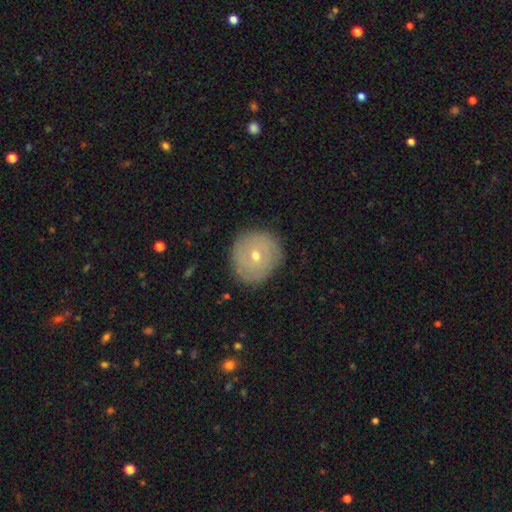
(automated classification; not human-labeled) smooth_or_featured: featured or disk (p=0.49) [alt: smooth p=0.42]
merging: none (p=0.85) [alt: minor disturbance p=0.11]